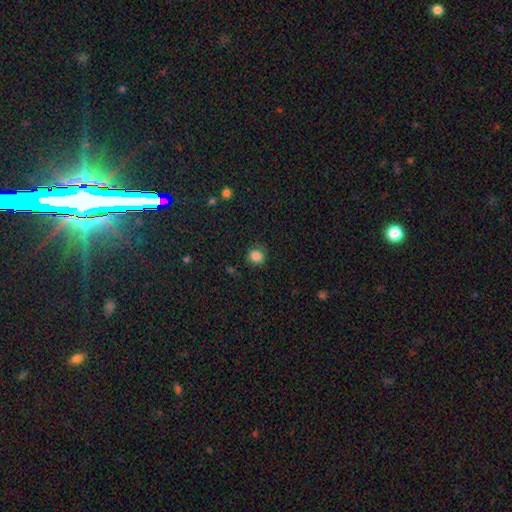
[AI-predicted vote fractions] Smooth or featured? smooth (84%)
How rounded? round (78%)
Merging? none (84%)